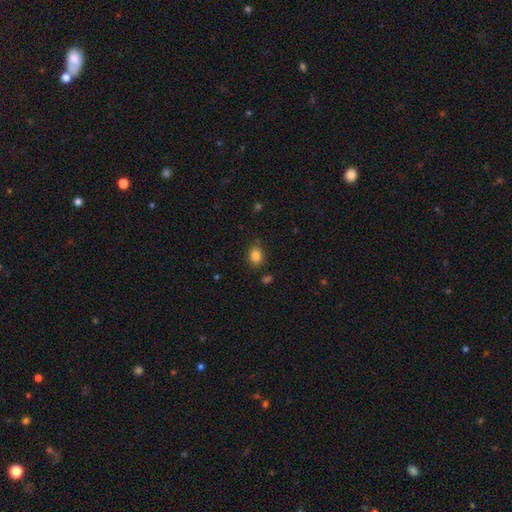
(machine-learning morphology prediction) Smooth or featured? smooth (84%)
How rounded? in between (60%)
Merging? none (79%)